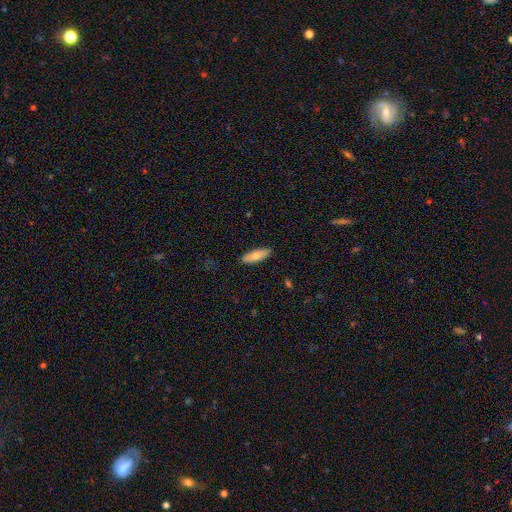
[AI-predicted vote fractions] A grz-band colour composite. It shows a smooth galaxy with no disk features (79%) that is in between round and cigar-shaped (57%). Merging: none (88%).